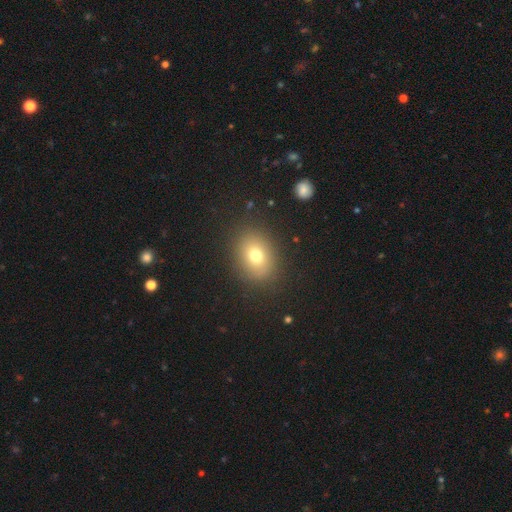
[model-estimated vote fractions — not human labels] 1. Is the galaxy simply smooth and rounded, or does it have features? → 73% smooth, 13% featured or disk, 13% star or artifact.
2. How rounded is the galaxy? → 54% in between, 45% round, 1% cigar-shaped.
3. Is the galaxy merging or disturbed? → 85% none, 10% minor disturbance, 4% major disturbance, 1% merger.